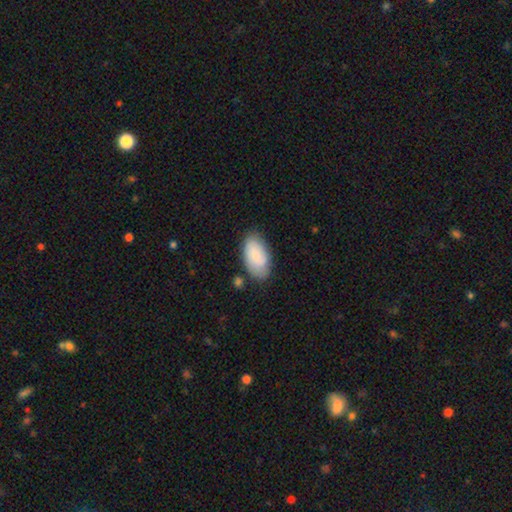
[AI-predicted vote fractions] This is likely a smooth galaxy (77%). How rounded: clearly in between (95%). Merging: likely none (75%).